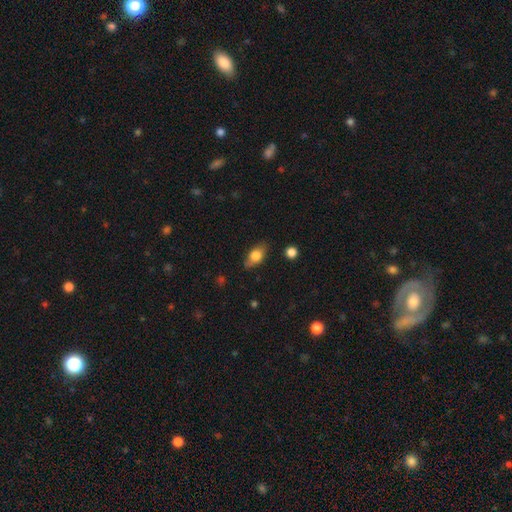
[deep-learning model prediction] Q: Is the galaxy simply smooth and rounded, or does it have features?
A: smooth — 74%.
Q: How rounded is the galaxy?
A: in between — 82%.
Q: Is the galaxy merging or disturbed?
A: none — 74%.